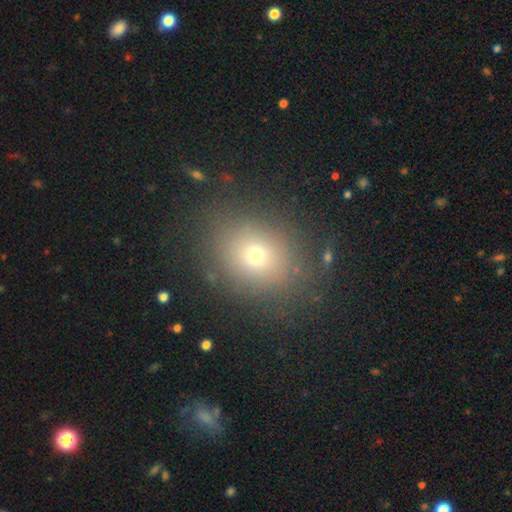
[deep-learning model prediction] Smooth or featured? smooth (68%)
How rounded? round (63%)
Merging? none (82%)